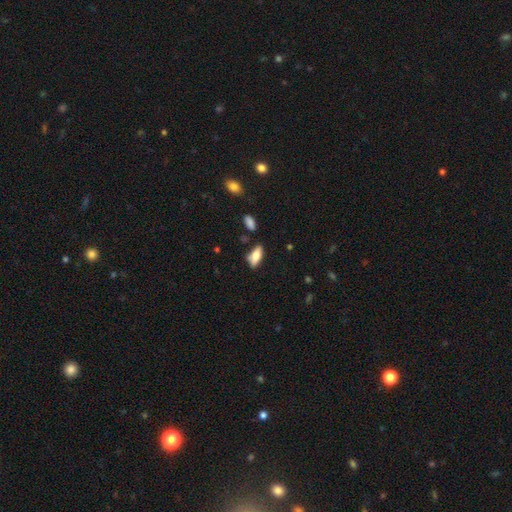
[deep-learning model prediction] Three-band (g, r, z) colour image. It shows a smooth galaxy with no disk features (70%) that is in between round and cigar-shaped (79%). Merging: none (72%).